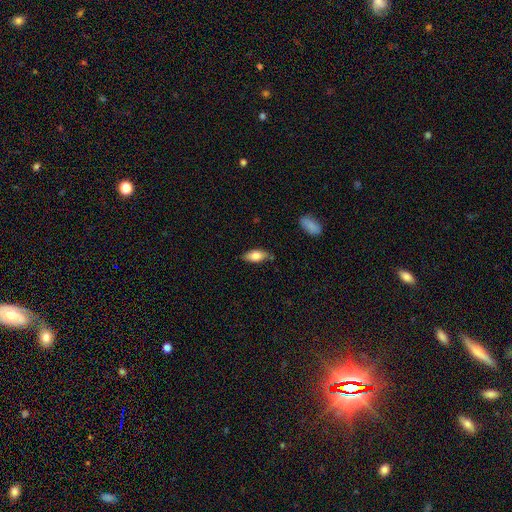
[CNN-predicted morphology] Smooth or featured? smooth (79%)
How rounded? in between (84%)
Merging? none (75%)